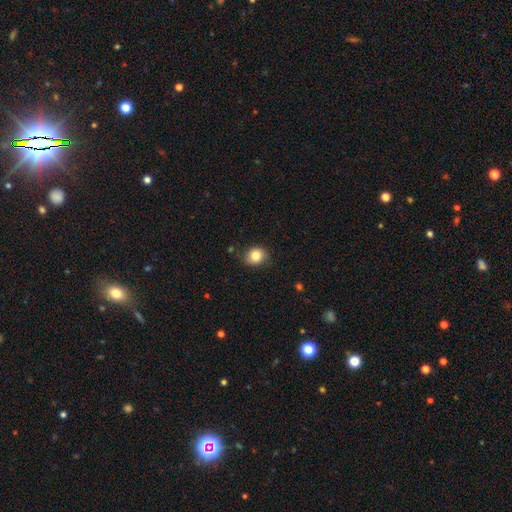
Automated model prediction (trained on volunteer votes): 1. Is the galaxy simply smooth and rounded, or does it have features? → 84% smooth, 9% star or artifact, 7% featured or disk.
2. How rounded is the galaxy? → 68% round, 31% in between, 1% cigar-shaped.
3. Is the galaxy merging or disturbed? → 81% none, 14% minor disturbance, 3% major disturbance, 1% merger.